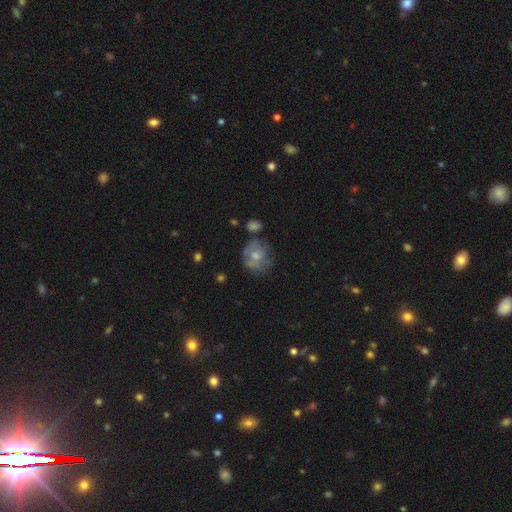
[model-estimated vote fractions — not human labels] smooth 48%, featured or disk 44%, star or artifact 9%. Down the decision tree: merging — none (49%).